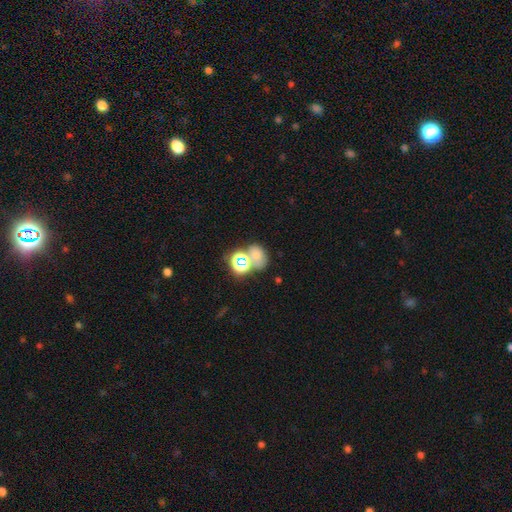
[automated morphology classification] Smooth or featured: smooth — 59% (star or artifact — 28%)
How rounded: in between — 50% (round — 48%)
Merging: none — 41% (merger — 38%)